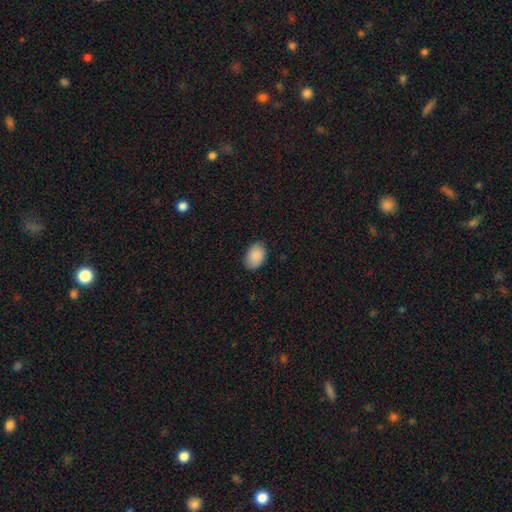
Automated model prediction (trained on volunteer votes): A smooth galaxy with no disk features (89%) that is in between round and cigar-shaped (85%).

Vote fractions:
- Smooth or featured? smooth: 89% / star or artifact: 7% / featured or disk: 5%
- How rounded? in between: 85% / round: 13% / cigar-shaped: 1%
- Merging? none: 84% / minor disturbance: 12% / major disturbance: 2% / merger: 1%